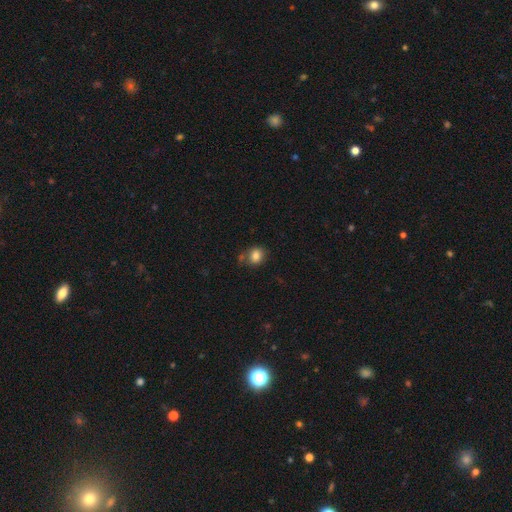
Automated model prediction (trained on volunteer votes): The model was most divided on "how rounded": round: 68%, in between: 31%, cigar-shaped: 1%. More confident: smooth or featured — smooth (84%); merging — none (68%).